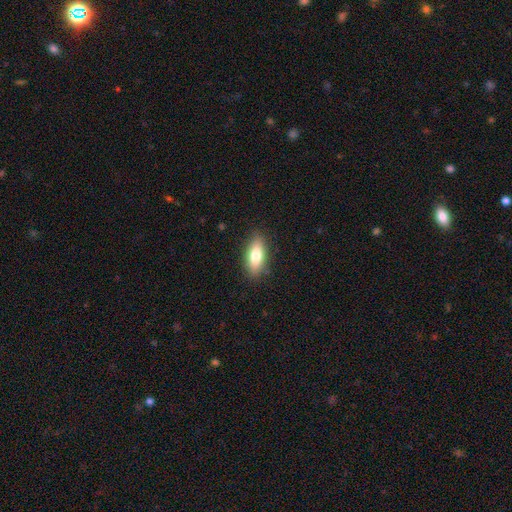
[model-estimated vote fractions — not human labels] Smooth or featured: smooth — 78% (featured or disk — 15%)
How rounded: in between — 77% (cigar-shaped — 20%)
Merging: none — 87% (minor disturbance — 10%)